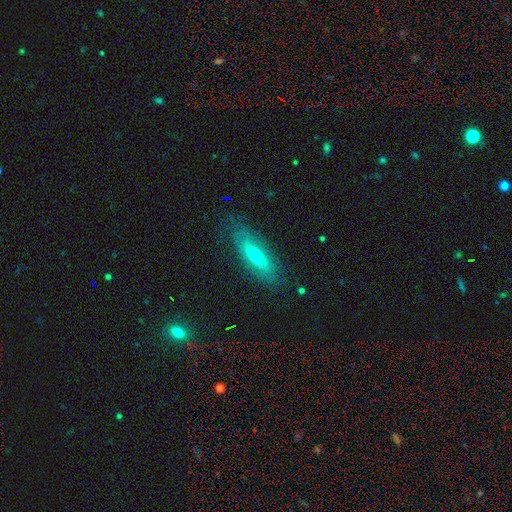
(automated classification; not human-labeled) A featured or disk galaxy (50%). Merging: none (78%).